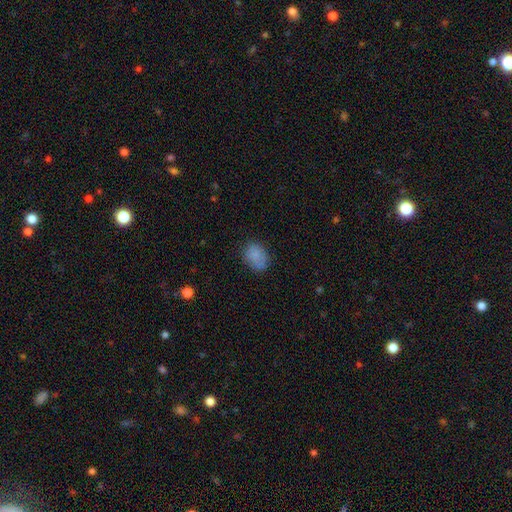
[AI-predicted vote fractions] Smooth or featured?
  - smooth: 81% *
  - featured or disk: 10%
  - star or artifact: 9%
How rounded?
  - in between: 65% *
  - round: 34%
  - cigar-shaped: 1%
Merging?
  - none: 71% *
  - minor disturbance: 22%
  - major disturbance: 6%
  - merger: 2%